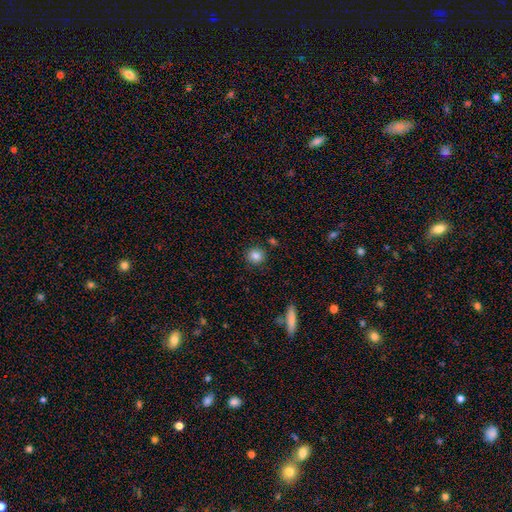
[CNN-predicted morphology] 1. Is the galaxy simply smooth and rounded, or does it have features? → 84% smooth, 10% star or artifact, 6% featured or disk.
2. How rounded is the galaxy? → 90% round, 9% in between, 1% cigar-shaped.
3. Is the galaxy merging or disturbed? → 87% none, 7% minor disturbance, 3% merger, 2% major disturbance.